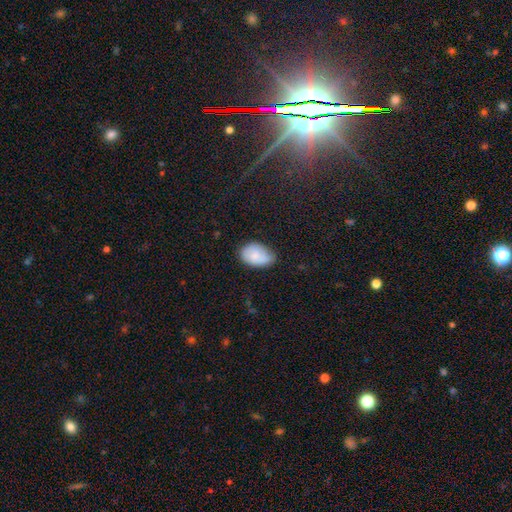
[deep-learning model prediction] Q: Smooth or featured?
A: smooth (77%); runner-up: featured or disk (15%)
Q: How rounded?
A: in between (86%); runner-up: round (13%)
Q: Merging?
A: none (53%); runner-up: minor disturbance (38%)